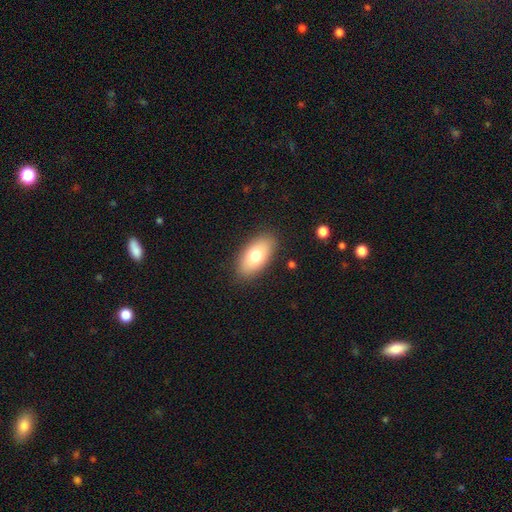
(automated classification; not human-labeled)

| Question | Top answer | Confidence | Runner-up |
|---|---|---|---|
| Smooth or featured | smooth | 73% | featured or disk (19%) |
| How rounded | in between | 92% | round (4%) |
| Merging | none | 87% | minor disturbance (9%) |